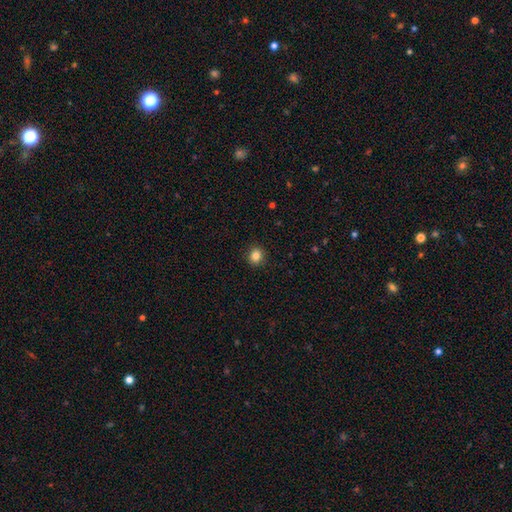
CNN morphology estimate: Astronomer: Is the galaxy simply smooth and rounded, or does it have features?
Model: smooth — 84%.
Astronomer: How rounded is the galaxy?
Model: round — 80%.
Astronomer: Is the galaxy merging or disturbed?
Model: none — 91%.